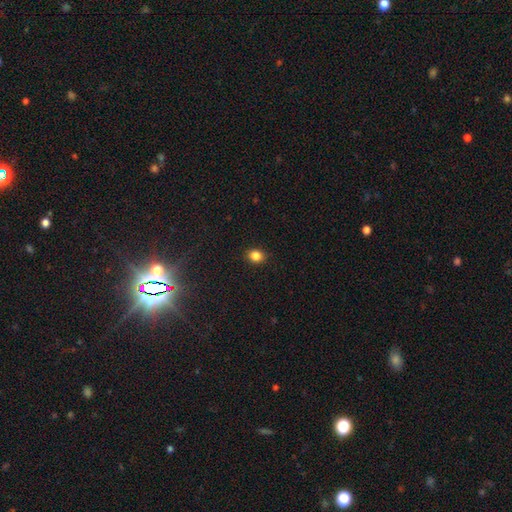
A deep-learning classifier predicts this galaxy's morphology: Overall: smooth (84%). How rounded: round (62%; in between 37%). Merging: none (90%).